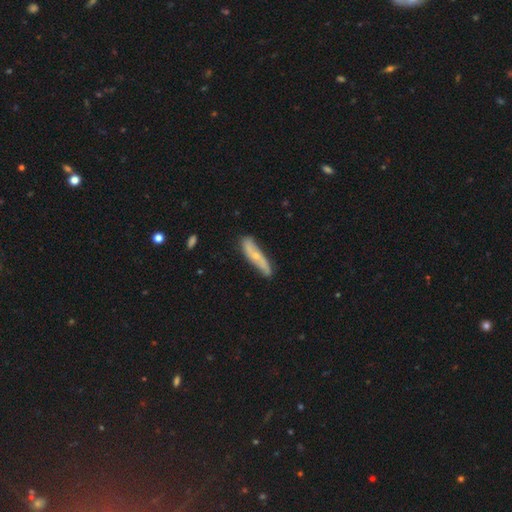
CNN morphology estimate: Smooth or featured? Predicted: featured or disk (p=0.53). Edge-on disk? Predicted: no (p=0.57). Merging? Predicted: none (p=0.74).